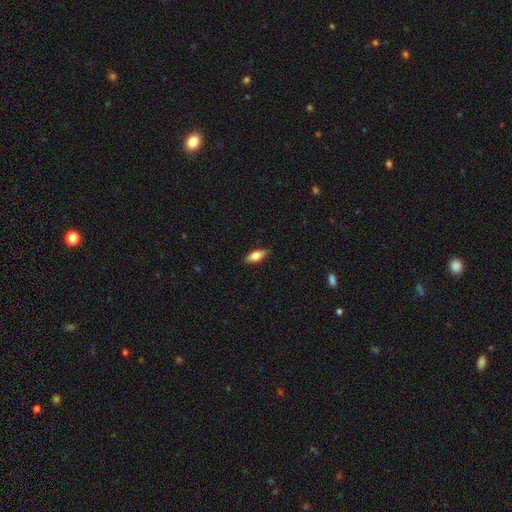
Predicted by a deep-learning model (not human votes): This appears to be a smooth galaxy with no disk features (73%) that is in between round and cigar-shaped (76%). Merging: none (86%).